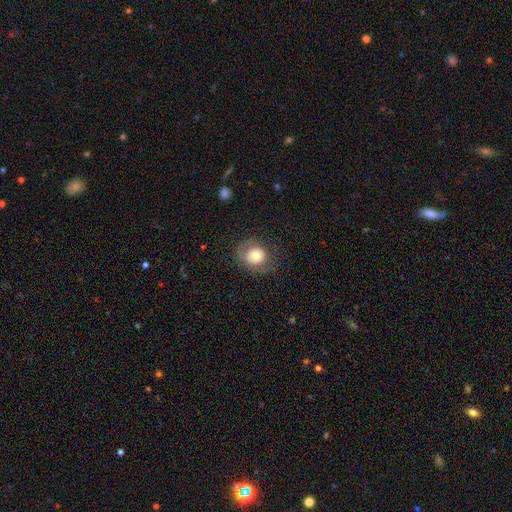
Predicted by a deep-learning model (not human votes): A smooth galaxy with no disk features (64%) that is round (72%).

Vote fractions:
- Smooth or featured? smooth: 64% / featured or disk: 27% / star or artifact: 9%
- How rounded? round: 72% / in between: 27% / cigar-shaped: 1%
- Merging? none: 70% / minor disturbance: 17% / major disturbance: 12% / merger: 1%